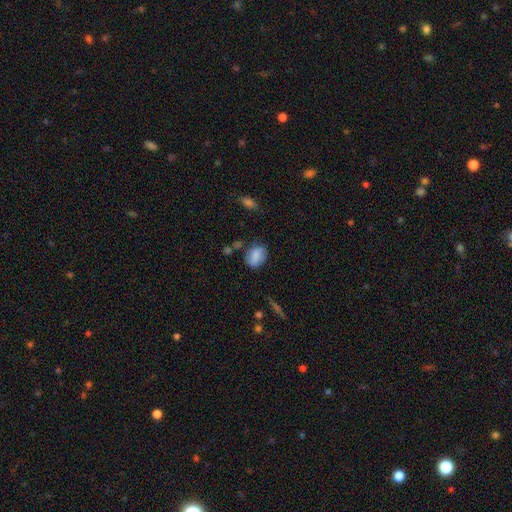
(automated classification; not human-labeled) This is likely a smooth galaxy (69%). How rounded: likely in between (67%). Merging: likely none (64%).